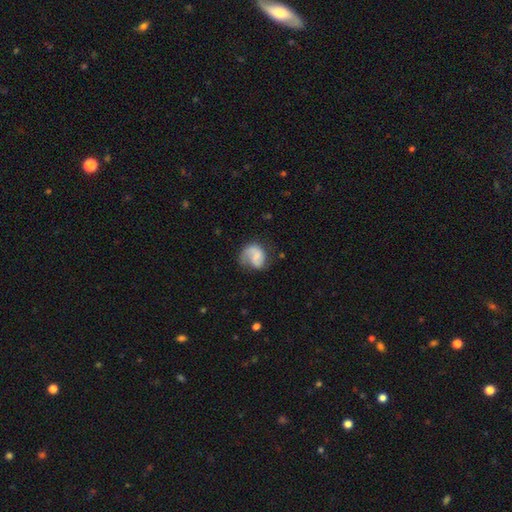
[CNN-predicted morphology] Q: Smooth or featured?
A: featured or disk (60%); runner-up: smooth (33%)
Q: Edge-on disk?
A: no (98%); runner-up: yes (2%)
Q: Bar?
A: no (47%); runner-up: weak (42%)
Q: Spiral arms?
A: yes (88%); runner-up: no (12%)
Q: Spiral winding?
A: medium (40%); runner-up: loose (39%)
Q: Spiral arm count?
A: 1 (52%); runner-up: 2 (40%)
Q: Bulge size?
A: small (41%); runner-up: none (34%)
Q: Merging?
A: none (48%); runner-up: major disturbance (25%)